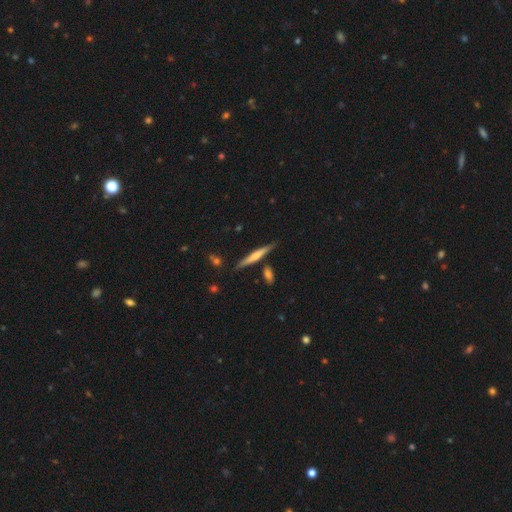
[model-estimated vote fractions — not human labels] Smooth or featured: featured or disk — 51% (smooth — 43%)
Edge-on disk: yes — 96% (no — 4%)
Merging: none — 82% (minor disturbance — 10%)